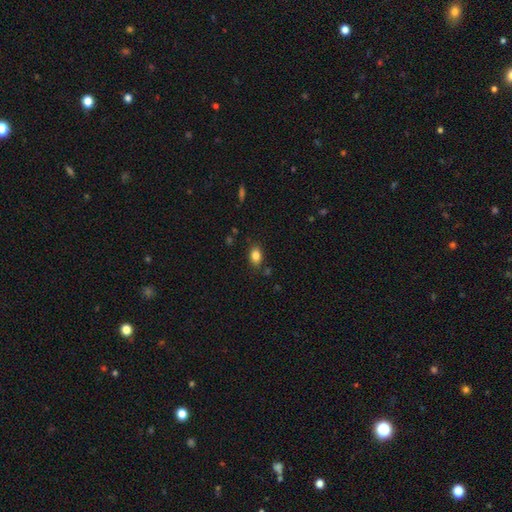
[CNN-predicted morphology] Smooth or featured? smooth (84%)
How rounded? in between (81%)
Merging? none (83%)